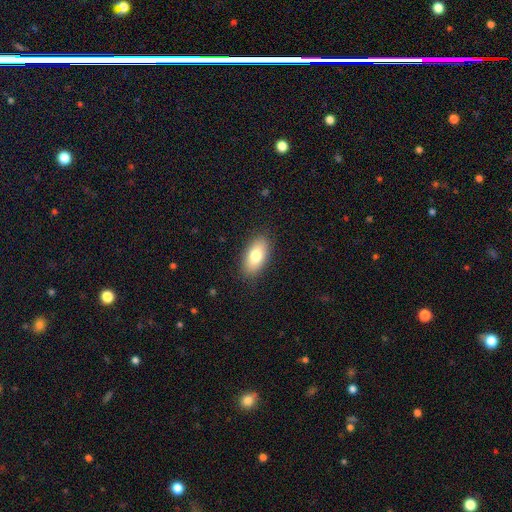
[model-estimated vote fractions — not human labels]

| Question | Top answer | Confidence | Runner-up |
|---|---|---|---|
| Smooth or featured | smooth | 78% | featured or disk (15%) |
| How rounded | in between | 91% | cigar-shaped (5%) |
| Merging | none | 87% | minor disturbance (10%) |